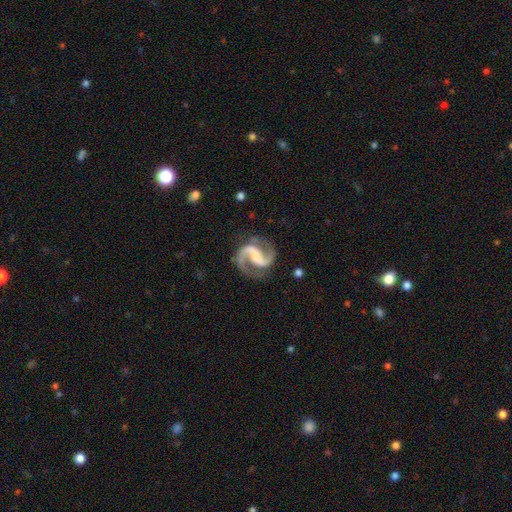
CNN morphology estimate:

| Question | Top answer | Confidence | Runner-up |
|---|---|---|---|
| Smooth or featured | featured or disk | 93% | star or artifact (4%) |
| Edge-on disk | no | 98% | yes (2%) |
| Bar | weak | 39% | strong (38%) |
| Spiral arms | yes | 98% | no (2%) |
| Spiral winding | medium | 60% | loose (27%) |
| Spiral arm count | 2 | 94% | 1 (1%) |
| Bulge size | none | 35% | small (30%) |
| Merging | none | 80% | minor disturbance (12%) |